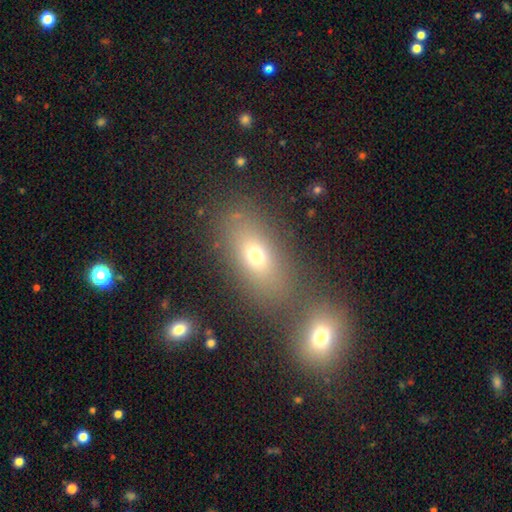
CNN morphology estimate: This is likely a smooth galaxy (68%). How rounded: likely in between (77%). Merging: likely none (64%).